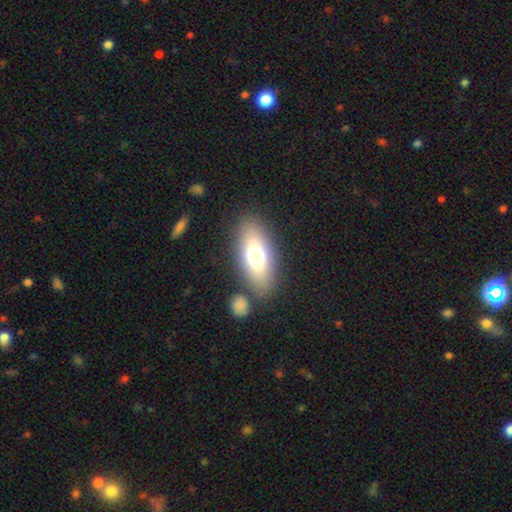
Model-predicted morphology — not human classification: A smooth galaxy with no disk features (70%) that is in between round and cigar-shaped (84%). Merging: none (79%).